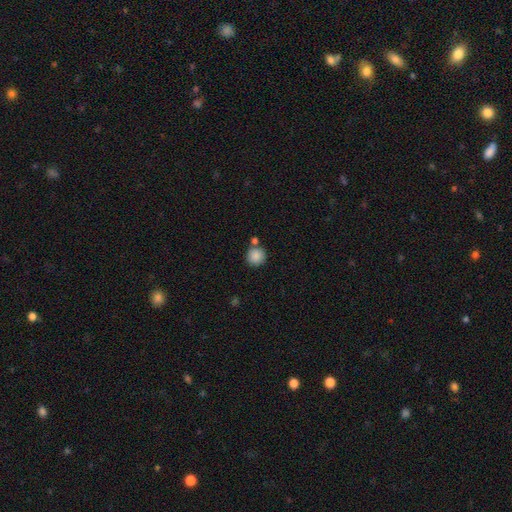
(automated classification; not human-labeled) This is clearly a smooth galaxy (88%). How rounded: clearly round (92%). Merging: likely none (72%).